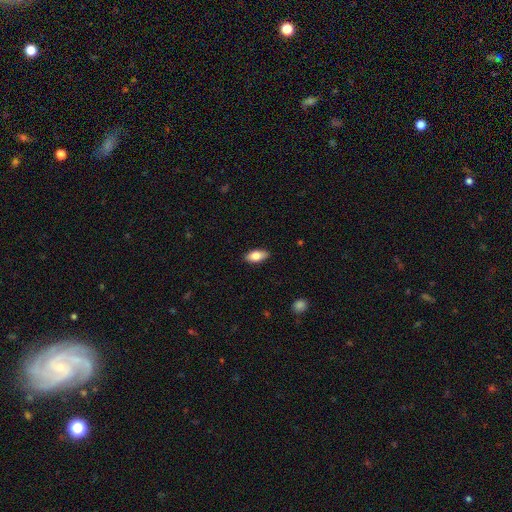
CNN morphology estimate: The model was most divided on "smooth or featured": smooth: 79%, featured or disk: 14%, star or artifact: 6%. More confident: how rounded — in between (88%); merging — none (88%).